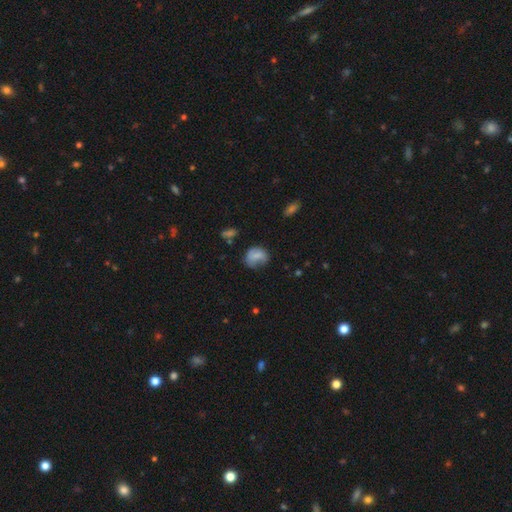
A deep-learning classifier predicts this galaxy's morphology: type=smooth (72%); roundness=round (60%); merging=none (49%).